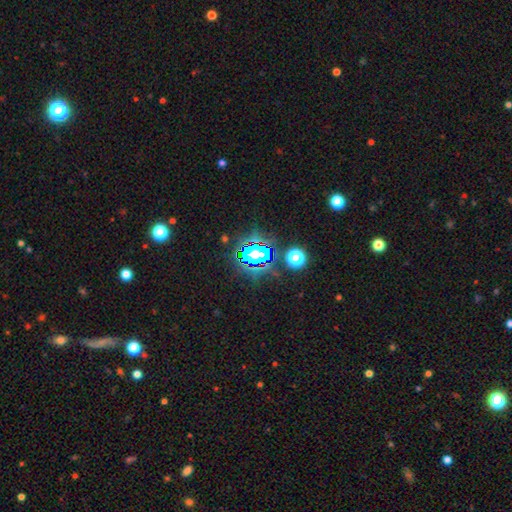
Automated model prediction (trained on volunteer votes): star or artifact 67%, smooth 21%, featured or disk 13%.